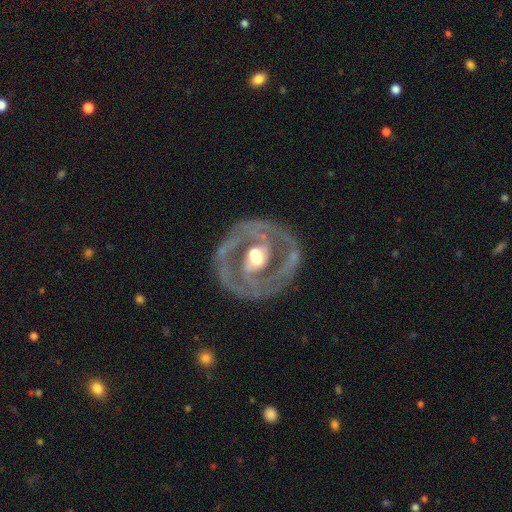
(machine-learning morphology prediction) The model was most divided on "bar": no: 61%, weak: 22%, strong: 17%. More confident: edge-on disk — no (90%); merging — none (84%); spiral arms — no (72%); bulge size — moderate (67%); smooth or featured — featured or disk (67%).